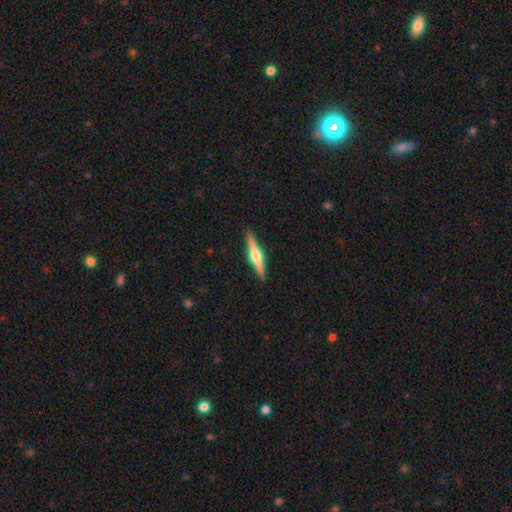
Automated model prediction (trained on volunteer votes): A featured or disk galaxy (69%) viewed edge-on (98%) with a rounded central bulge (93%).

Vote fractions:
- Smooth or featured? featured or disk: 69% / smooth: 26% / star or artifact: 5%
- Edge-on disk? yes: 98% / no: 2%
- Edge-on bulge? rounded: 93% / boxy: 4% / none: 2%
- Merging? none: 91% / minor disturbance: 6% / major disturbance: 1% / merger: 1%